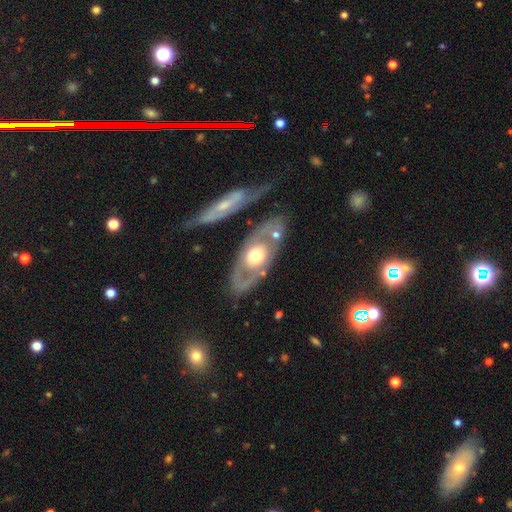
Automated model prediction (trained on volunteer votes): Smooth or featured?
  - featured or disk: 67% *
  - smooth: 28%
  - star or artifact: 5%
Edge-on disk?
  - no: 84% *
  - yes: 16%
Bar?
  - no: 84% *
  - weak: 11%
  - strong: 5%
Spiral arms?
  - no: 68% *
  - yes: 32%
Bulge size?
  - moderate: 64% *
  - large: 26%
  - small: 7%
  - dominant: 2%
  - none: 1%
Merging?
  - none: 70% *
  - minor disturbance: 14%
  - merger: 10%
  - major disturbance: 6%